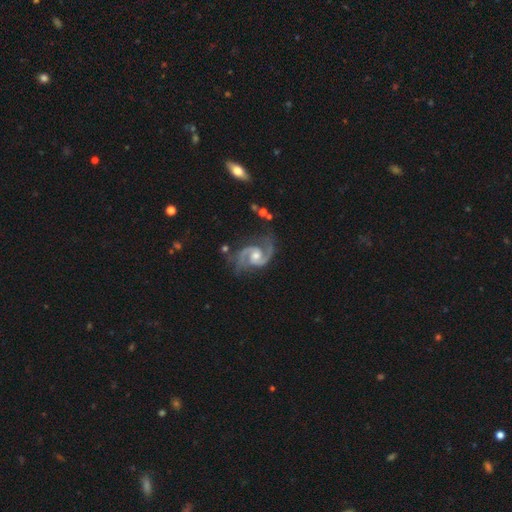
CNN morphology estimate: A featured or disk galaxy (94%) with no bar (46%), 2 (94%) medium (63%) spiral arms (99%) and a moderate central bulge (60%).

Vote fractions:
- Smooth or featured? featured or disk: 94% / star or artifact: 4% / smooth: 3%
- Edge-on disk? no: 98% / yes: 2%
- Bar? no: 46% / weak: 43% / strong: 11%
- Spiral arms? yes: 99% / no: 1%
- Spiral winding? medium: 63% / loose: 21% / tight: 16%
- Spiral arm count? 2: 94% / 3: 2% / can't tell: 2% / 1: 1% / 4: 1% / more than 4: 1%
- Bulge size? moderate: 60% / small: 30% / large: 5% / none: 3% / dominant: 1%
- Merging? none: 70% / minor disturbance: 19% / major disturbance: 8% / merger: 3%